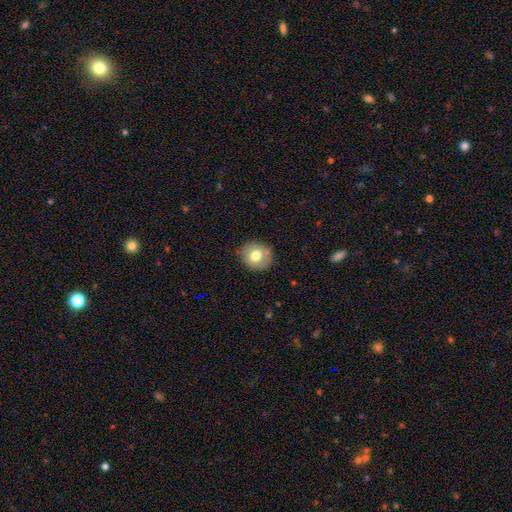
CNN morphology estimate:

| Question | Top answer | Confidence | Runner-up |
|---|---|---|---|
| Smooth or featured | smooth | 74% | featured or disk (17%) |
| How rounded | round | 79% | in between (20%) |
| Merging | none | 79% | minor disturbance (16%) |